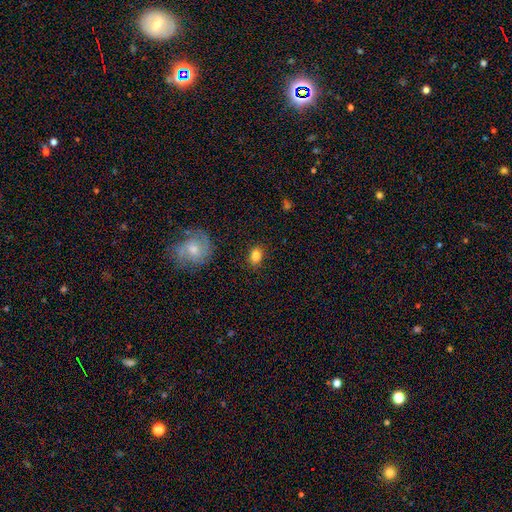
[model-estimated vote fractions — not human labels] smooth_or_featured: smooth (p=0.84) [alt: star or artifact p=0.09]
how_rounded: in between (p=0.73) [alt: round p=0.25]
merging: none (p=0.84) [alt: minor disturbance p=0.11]